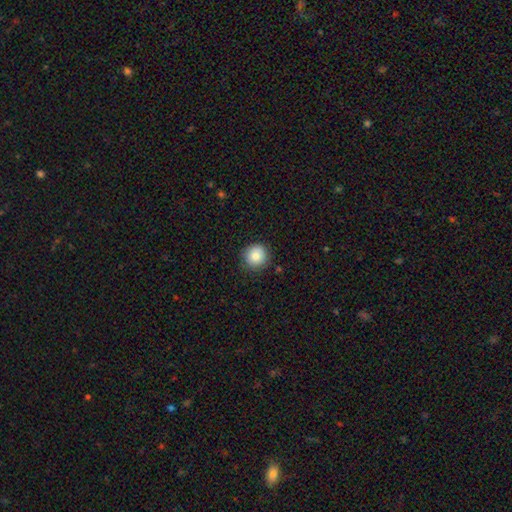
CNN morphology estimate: smooth-or-featured: smooth: 83% | star or artifact: 9% | featured or disk: 7%
  how-rounded: round: 94% | in between: 5% | cigar-shaped: 1%
  merging: none: 88% | minor disturbance: 9% | major disturbance: 2% | merger: 1%